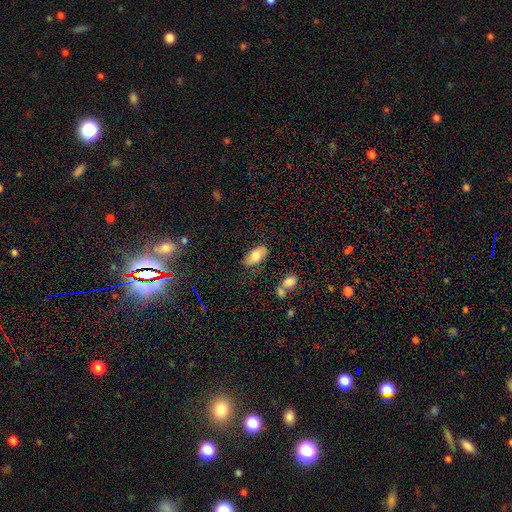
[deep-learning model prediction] Smooth or featured? smooth (74%)
How rounded? in between (92%)
Merging? none (74%)